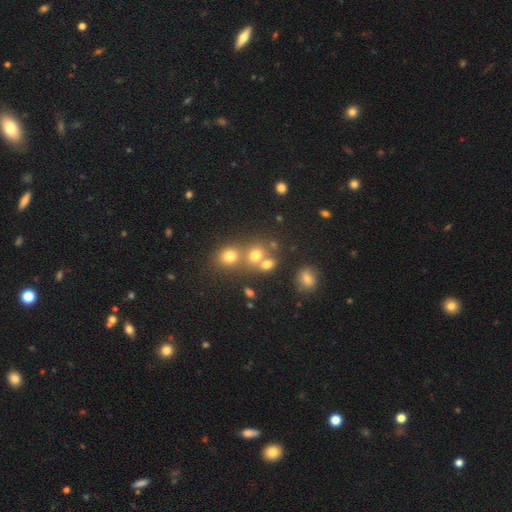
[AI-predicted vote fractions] Overall: smooth (68%). How rounded: round (67%; in between 32%). Merging: merger (44%; none 43%).